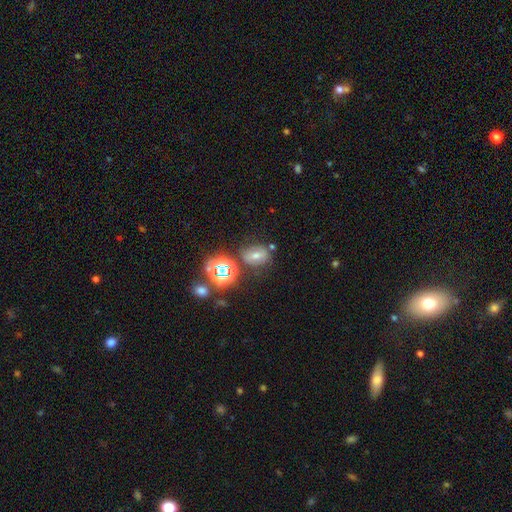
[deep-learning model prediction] Q: Smooth or featured?
A: star or artifact (39%); runner-up: smooth (37%)